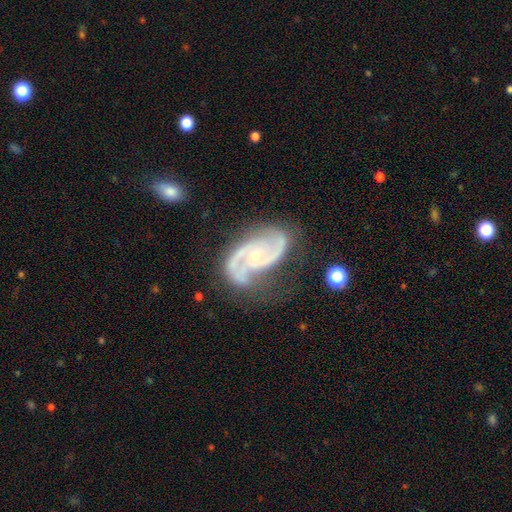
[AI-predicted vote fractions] Smooth or featured? Predicted: featured or disk (p=0.91). Edge-on disk? Predicted: no (p=0.97). Bar? Predicted: no (p=0.61). Spiral arms? Predicted: yes (p=0.98). Spiral winding? Predicted: medium (p=0.56). Spiral arm count? Predicted: 2 (p=0.79). Bulge size? Predicted: small (p=0.65). Merging? Predicted: none (p=0.62).